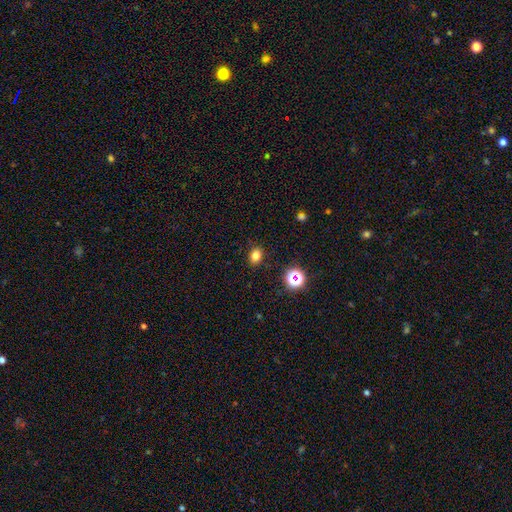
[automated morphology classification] Q: Smooth or featured?
A: smooth (78%); runner-up: star or artifact (16%)
Q: How rounded?
A: in between (58%); runner-up: round (41%)
Q: Merging?
A: none (87%); runner-up: minor disturbance (9%)